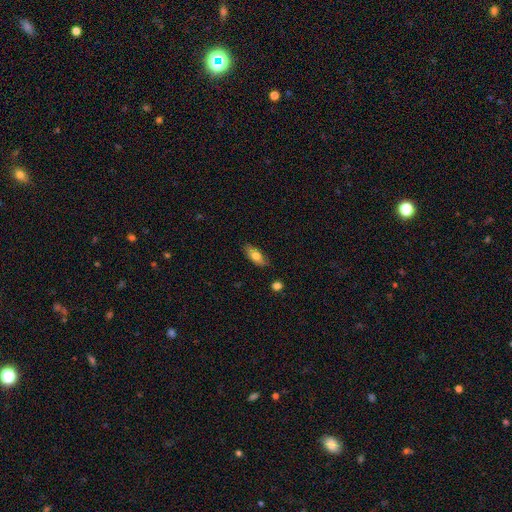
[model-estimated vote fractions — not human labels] Overall: smooth (73%). How rounded: in between (79%). Merging: none (83%).